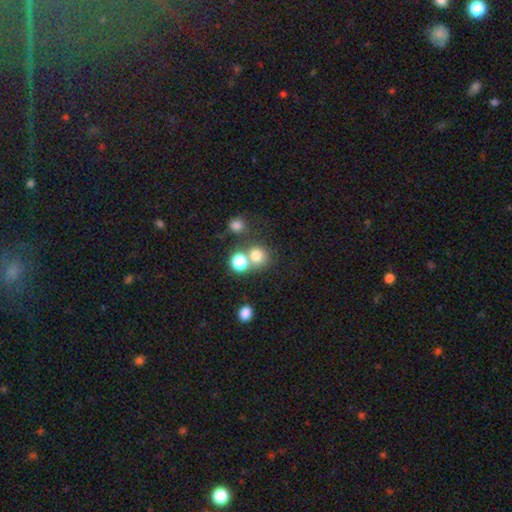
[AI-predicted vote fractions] A smooth galaxy with no disk features (74%) that is round (87%).

Vote fractions:
- Smooth or featured? smooth: 74% / star or artifact: 17% / featured or disk: 9%
- How rounded? round: 87% / in between: 13% / cigar-shaped: 1%
- Merging? none: 57% / merger: 31% / minor disturbance: 8% / major disturbance: 4%